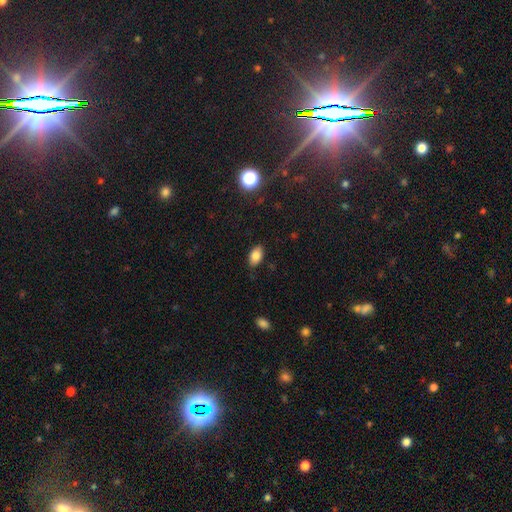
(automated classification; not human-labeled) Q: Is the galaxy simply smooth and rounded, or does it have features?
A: smooth — 84%.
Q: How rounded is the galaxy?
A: in between — 90%.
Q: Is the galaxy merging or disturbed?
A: none — 83%.